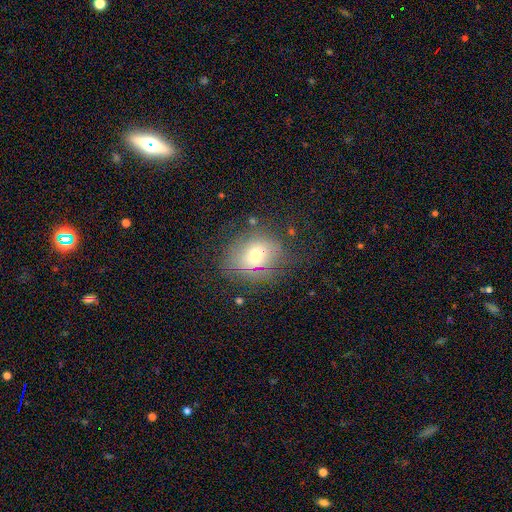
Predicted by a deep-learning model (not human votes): This is likely a smooth galaxy (61%). How rounded: possibly round (59%). Merging: likely none (62%).